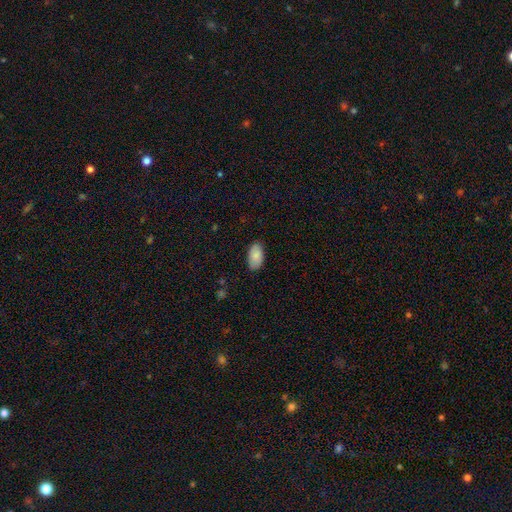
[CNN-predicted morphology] A smooth galaxy with no disk features (85%) that is in between round and cigar-shaped (95%). Merging: none (84%).